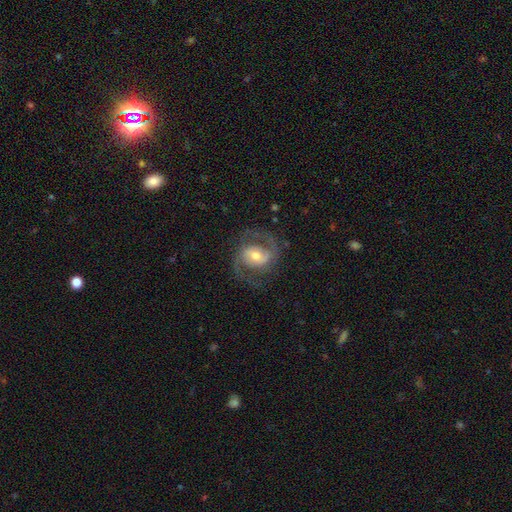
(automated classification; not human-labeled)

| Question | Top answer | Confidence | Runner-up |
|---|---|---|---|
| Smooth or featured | featured or disk | 88% | smooth (7%) |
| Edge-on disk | no | 98% | yes (2%) |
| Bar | weak | 44% | no (35%) |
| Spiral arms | yes | 96% | no (4%) |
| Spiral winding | medium | 61% | tight (20%) |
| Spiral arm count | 2 | 92% | can't tell (3%) |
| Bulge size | moderate | 60% | small (29%) |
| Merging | none | 78% | minor disturbance (13%) |